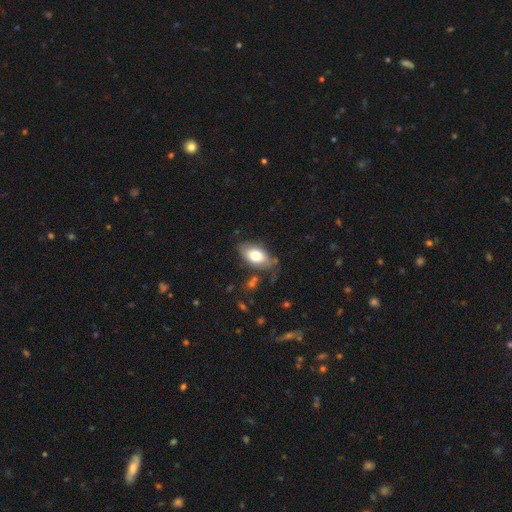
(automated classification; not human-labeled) Overall: smooth (75%). How rounded: in between (91%). Merging: none (68%).